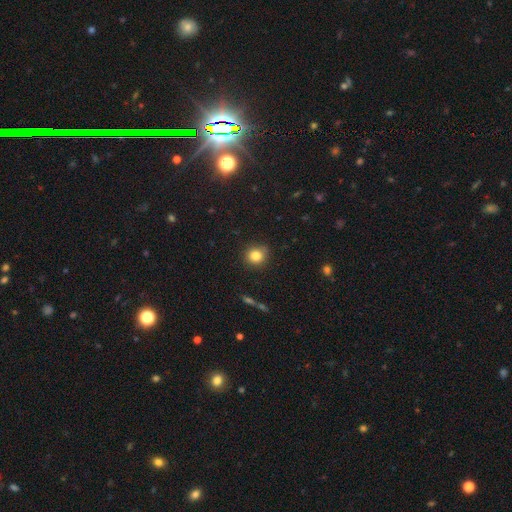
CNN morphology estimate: This is clearly a smooth galaxy (82%). How rounded: clearly round (83%). Merging: clearly none (83%).